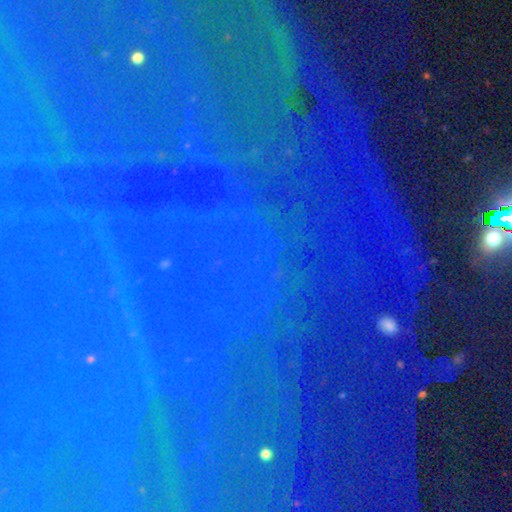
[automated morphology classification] Smooth or featured?
  - star or artifact: 82% *
  - featured or disk: 9%
  - smooth: 9%